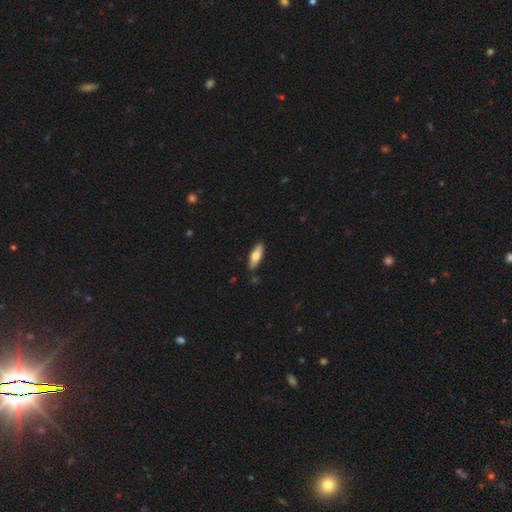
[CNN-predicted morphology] smooth-or-featured: smooth: 73% | featured or disk: 22% | star or artifact: 6%
  how-rounded: in between: 65% | cigar-shaped: 33% | round: 2%
  merging: none: 85% | minor disturbance: 11% | major disturbance: 2% | merger: 2%